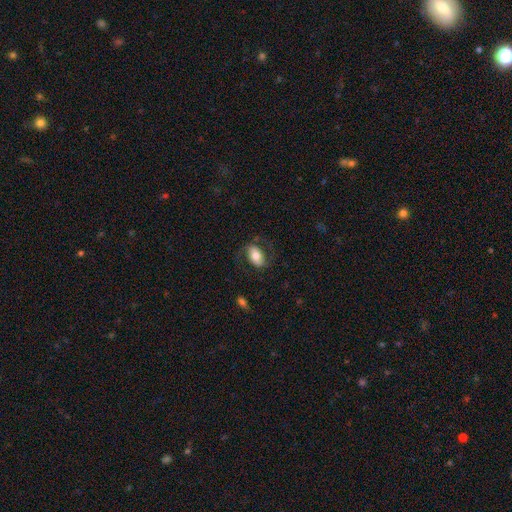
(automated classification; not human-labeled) A smooth galaxy with no disk features (54%) that is in between round and cigar-shaped (88%).

Vote fractions:
- Smooth or featured? smooth: 54% / featured or disk: 39% / star or artifact: 7%
- How rounded? in between: 88% / round: 10% / cigar-shaped: 2%
- Merging? none: 69% / minor disturbance: 17% / major disturbance: 13% / merger: 1%